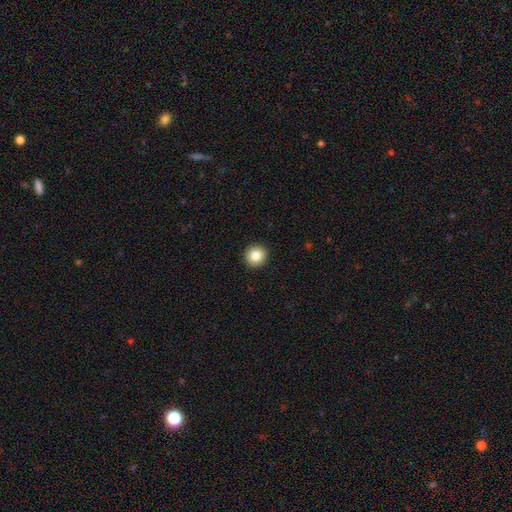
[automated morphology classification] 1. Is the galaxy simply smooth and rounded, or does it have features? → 84% smooth, 10% star or artifact, 6% featured or disk.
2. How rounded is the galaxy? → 94% round, 5% in between, 1% cigar-shaped.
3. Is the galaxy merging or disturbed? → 93% none, 4% minor disturbance, 1% major disturbance, 1% merger.